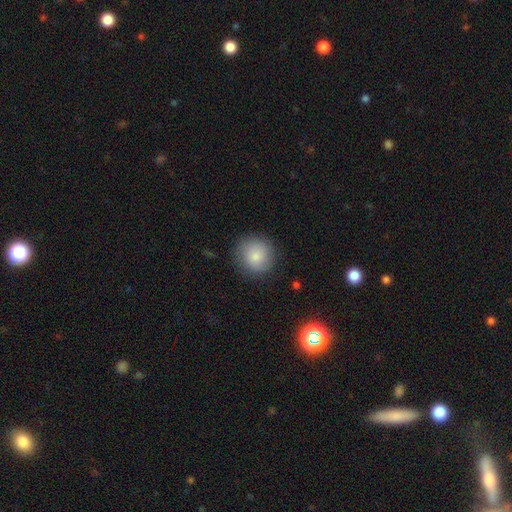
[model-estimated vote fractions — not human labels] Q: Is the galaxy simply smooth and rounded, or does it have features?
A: smooth — 84%.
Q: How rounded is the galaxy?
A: round — 92%.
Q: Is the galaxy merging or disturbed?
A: none — 85%.